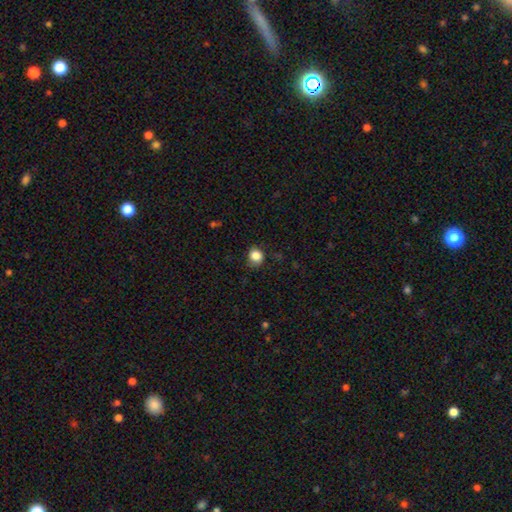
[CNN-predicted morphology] smooth 86%, star or artifact 10%, featured or disk 4%. Down the decision tree: how rounded — round (81%); merging — none (74%).